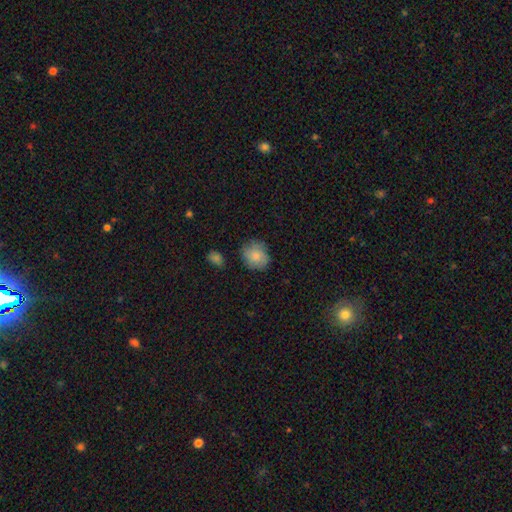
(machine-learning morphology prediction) Q: Smooth or featured?
A: smooth (82%); runner-up: featured or disk (11%)
Q: How rounded?
A: round (73%); runner-up: in between (26%)
Q: Merging?
A: none (76%); runner-up: minor disturbance (18%)